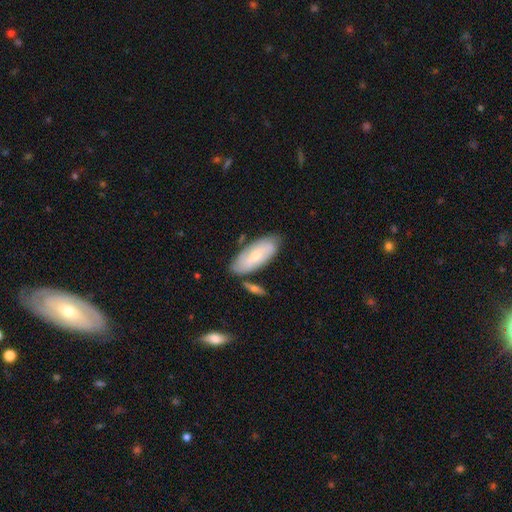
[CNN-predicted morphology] The model was most divided on "smooth or featured": smooth: 49%, featured or disk: 45%, star or artifact: 6%. More confident: merging — none (71%).